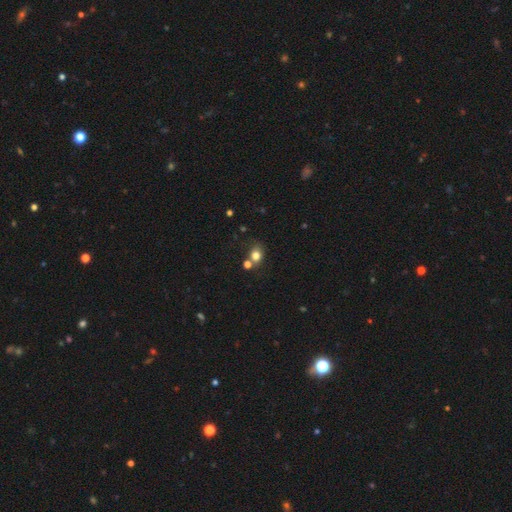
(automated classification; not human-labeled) A smooth galaxy with no disk features (77%) that is round (58%).

Vote fractions:
- Smooth or featured? smooth: 77% / star or artifact: 14% / featured or disk: 9%
- How rounded? round: 58% / in between: 41% / cigar-shaped: 1%
- Merging? none: 55% / merger: 25% / minor disturbance: 14% / major disturbance: 6%